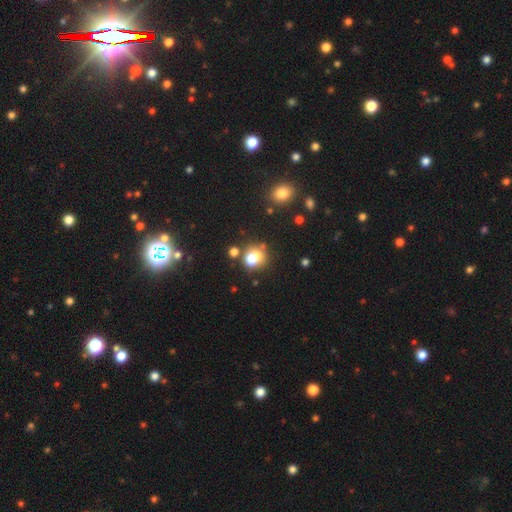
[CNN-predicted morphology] A smooth galaxy with no disk features (70%) that is round (68%). Merging: none (50%).